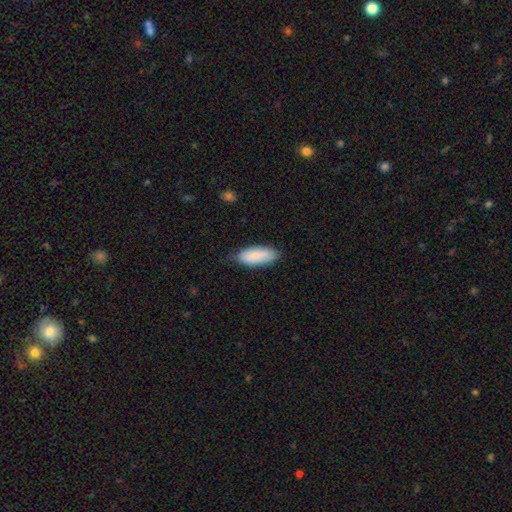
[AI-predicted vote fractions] smooth_or_featured: smooth (p=0.83) [alt: featured or disk p=0.11]
how_rounded: in between (p=0.84) [alt: cigar-shaped p=0.15]
merging: none (p=0.79) [alt: minor disturbance p=0.18]